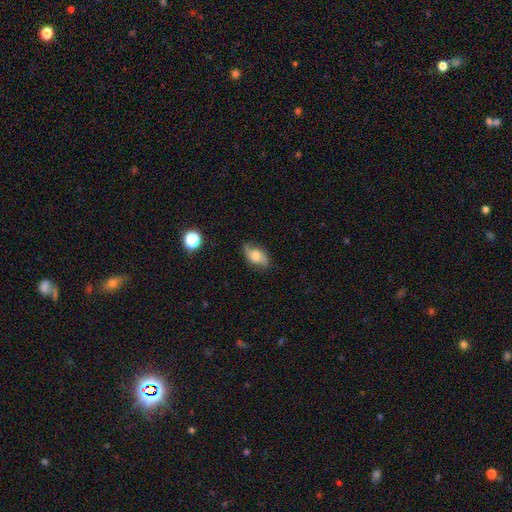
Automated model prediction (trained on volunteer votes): A smooth galaxy with no disk features (48%).

Vote fractions:
- Smooth or featured? smooth: 48% / featured or disk: 43% / star or artifact: 9%
- Merging? none: 74% / minor disturbance: 20% / major disturbance: 5% / merger: 1%